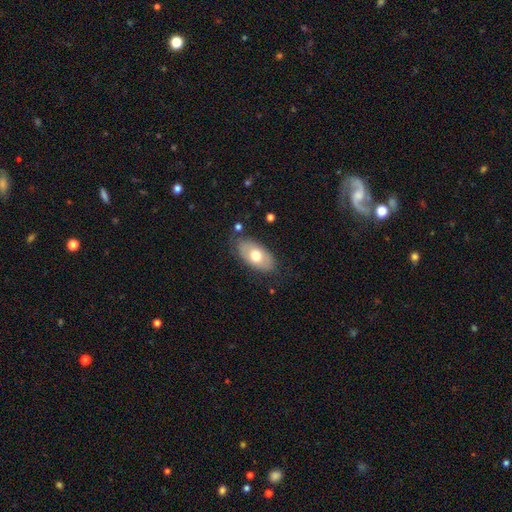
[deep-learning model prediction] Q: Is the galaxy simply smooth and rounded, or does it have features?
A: smooth — 66%.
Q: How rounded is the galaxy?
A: in between — 92%.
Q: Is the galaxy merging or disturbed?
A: none — 77%.